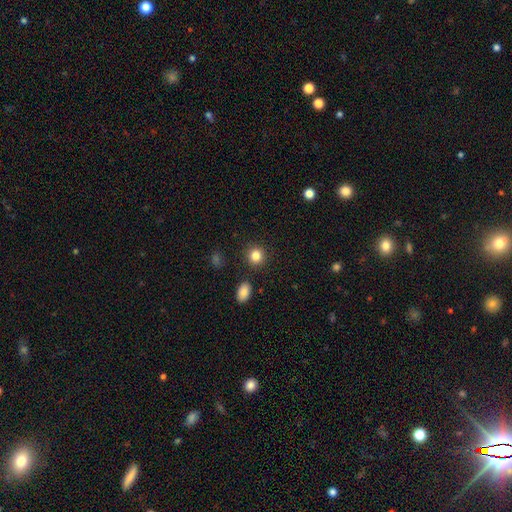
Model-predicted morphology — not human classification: The model was most divided on "smooth or featured": smooth: 84%, star or artifact: 11%, featured or disk: 5%. More confident: merging — none (90%); how rounded — round (88%).